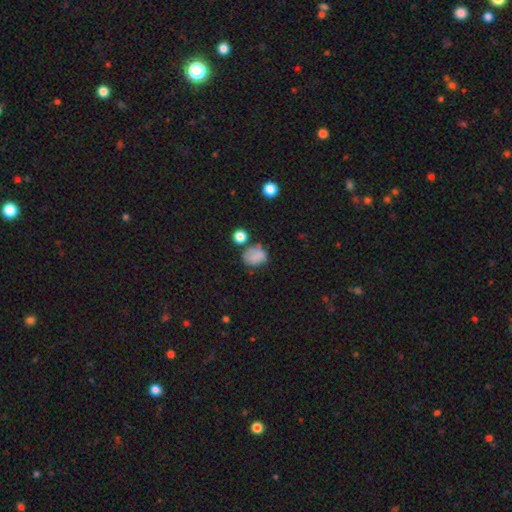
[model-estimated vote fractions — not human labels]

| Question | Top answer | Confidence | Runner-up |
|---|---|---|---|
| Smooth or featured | smooth | 80% | star or artifact (12%) |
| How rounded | in between | 51% | round (48%) |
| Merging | none | 57% | minor disturbance (24%) |